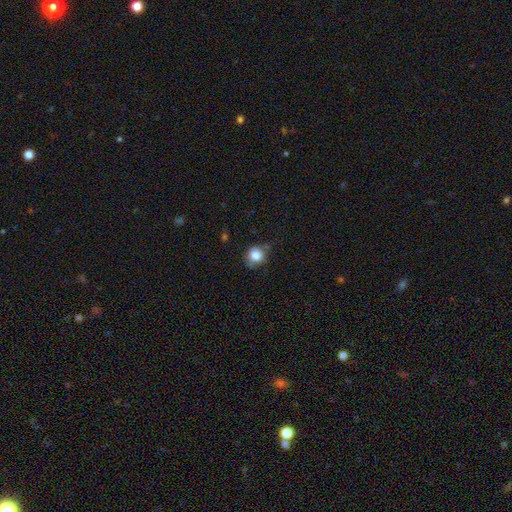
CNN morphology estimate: A smooth galaxy with no disk features (80%) that is round (79%).

Vote fractions:
- Smooth or featured? smooth: 80% / star or artifact: 10% / featured or disk: 9%
- How rounded? round: 79% / in between: 20% / cigar-shaped: 1%
- Merging? none: 66% / minor disturbance: 26% / major disturbance: 6% / merger: 2%